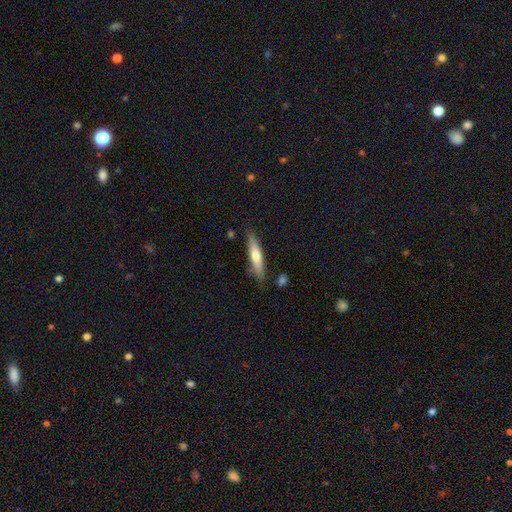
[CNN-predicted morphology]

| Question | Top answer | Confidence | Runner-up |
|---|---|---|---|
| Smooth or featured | smooth | 62% | featured or disk (32%) |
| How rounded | cigar-shaped | 81% | in between (18%) |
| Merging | none | 80% | minor disturbance (14%) |